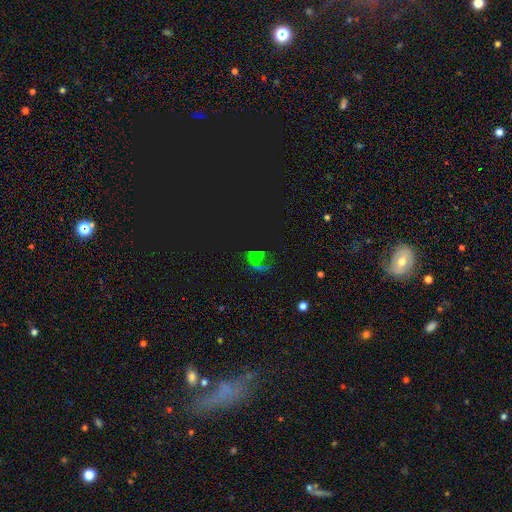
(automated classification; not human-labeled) Smooth or featured: star or artifact — 54% (smooth — 26%)